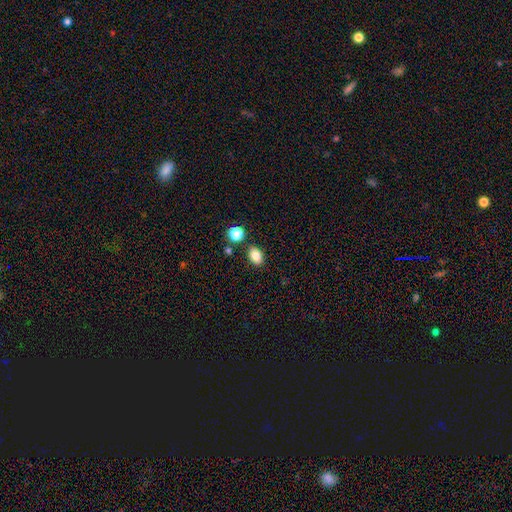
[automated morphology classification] Q: Smooth or featured?
A: smooth (82%); runner-up: star or artifact (11%)
Q: How rounded?
A: in between (77%); runner-up: round (22%)
Q: Merging?
A: none (83%); runner-up: minor disturbance (9%)